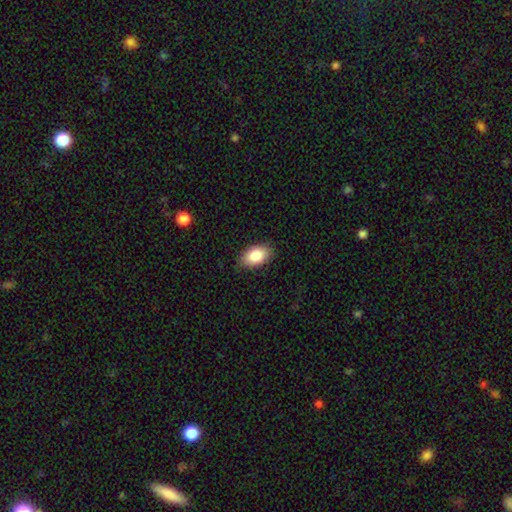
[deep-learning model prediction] Overall: smooth (86%). How rounded: in between (92%). Merging: none (85%).